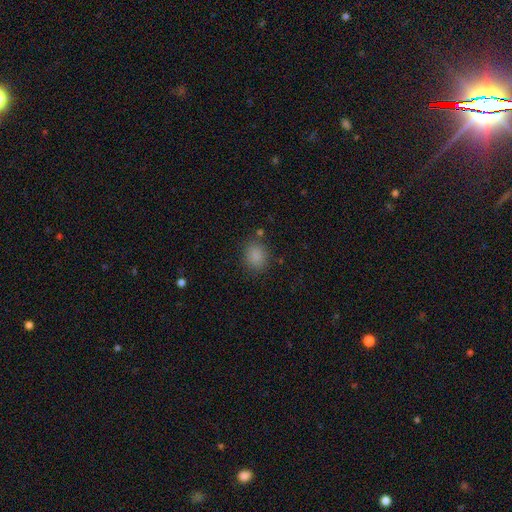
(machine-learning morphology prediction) smooth-or-featured: smooth: 85% | star or artifact: 11% | featured or disk: 4%
  how-rounded: round: 53% | in between: 46% | cigar-shaped: 1%
  merging: none: 82% | minor disturbance: 11% | major disturbance: 4% | merger: 3%